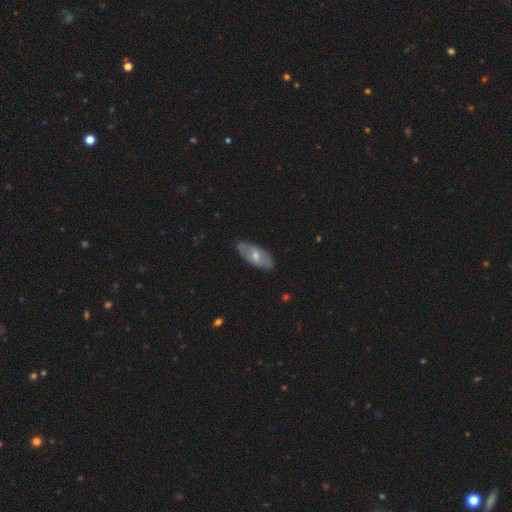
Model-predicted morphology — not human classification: A smooth galaxy with no disk features (54%) that is in between round and cigar-shaped (86%). Merging: none (77%).